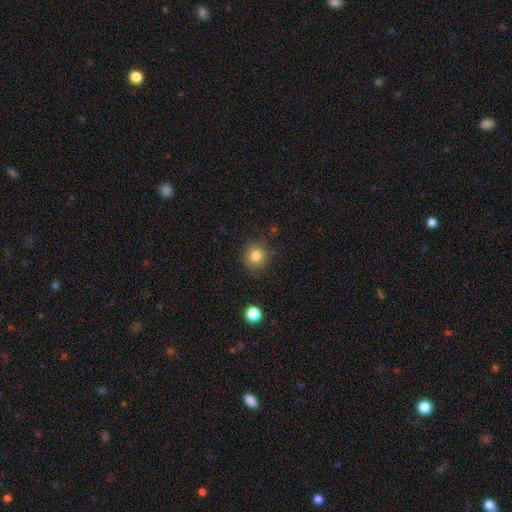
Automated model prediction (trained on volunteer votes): Smooth or featured? Predicted: smooth (p=0.81). How rounded? Predicted: round (p=0.89). Merging? Predicted: none (p=0.85).